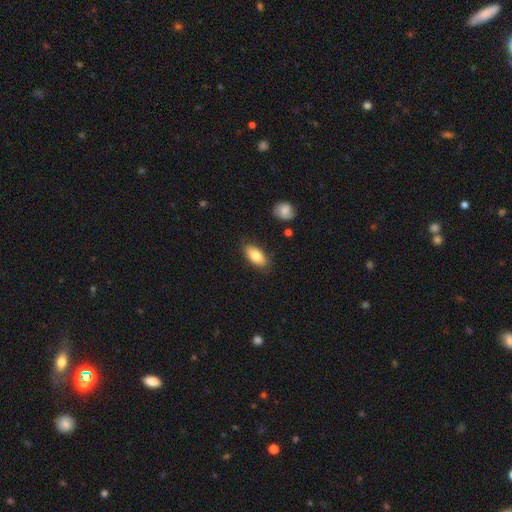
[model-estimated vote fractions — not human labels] Q: Smooth or featured?
A: smooth (80%); runner-up: featured or disk (13%)
Q: How rounded?
A: in between (89%); runner-up: cigar-shaped (8%)
Q: Merging?
A: none (84%); runner-up: minor disturbance (12%)